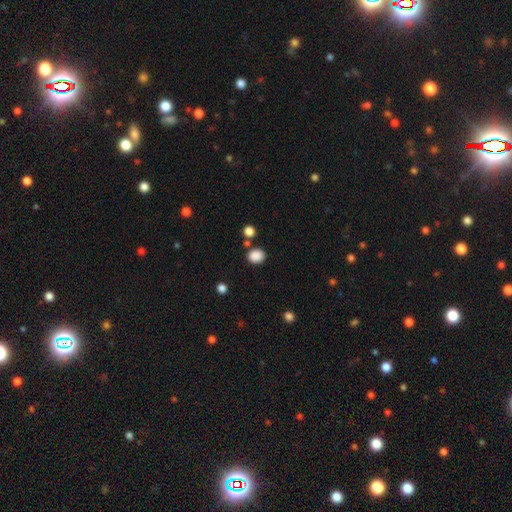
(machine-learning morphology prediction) A smooth galaxy with no disk features (87%) that is round (64%). Merging: none (79%).